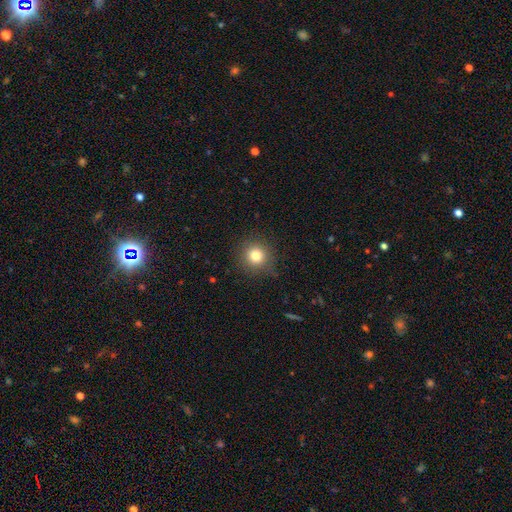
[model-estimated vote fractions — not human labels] Morphology: type=smooth (81%); roundness=round (91%); merging=none (86%).